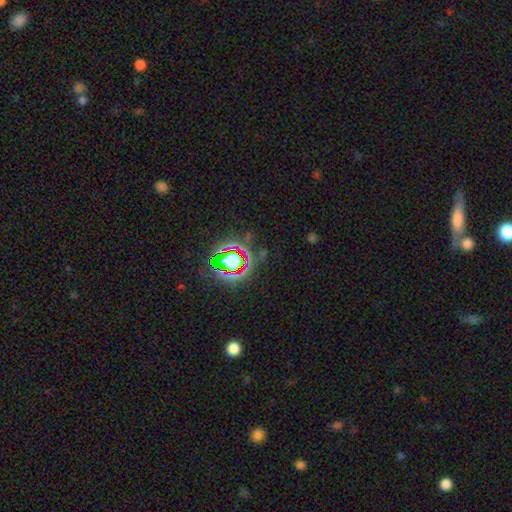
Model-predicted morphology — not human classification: This appears to be a star or artifact, not a galaxy (77%).